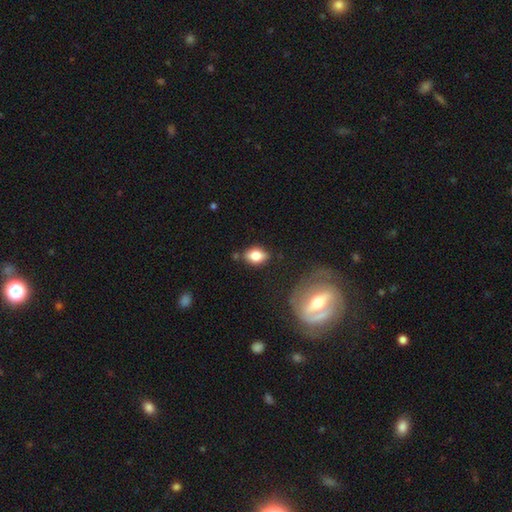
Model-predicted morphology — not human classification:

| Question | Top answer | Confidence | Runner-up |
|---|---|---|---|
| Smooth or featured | smooth | 79% | featured or disk (13%) |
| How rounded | in between | 81% | round (16%) |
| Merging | none | 77% | minor disturbance (15%) |